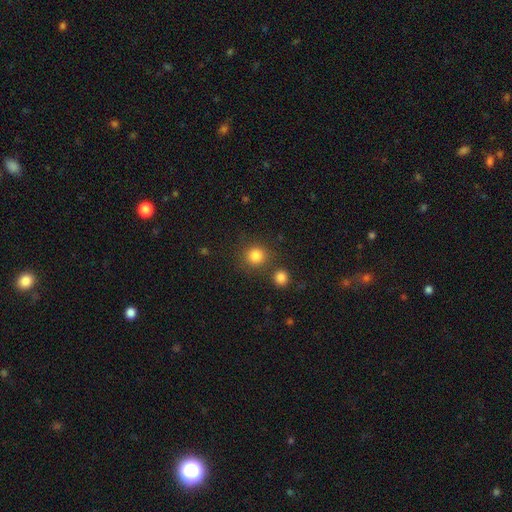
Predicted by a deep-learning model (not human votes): Overall: smooth (83%). How rounded: round (91%). Merging: none (77%).